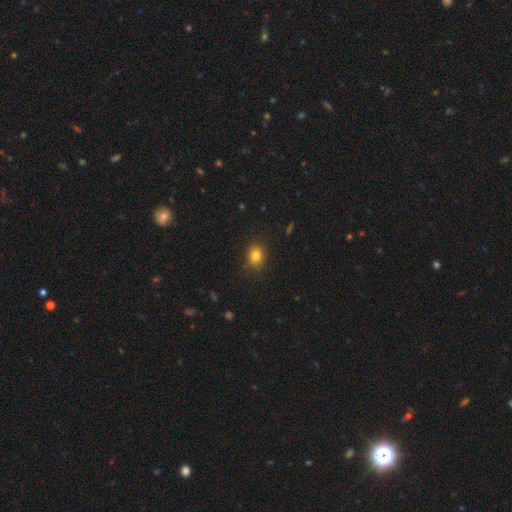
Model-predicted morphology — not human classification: Overall: smooth (82%). How rounded: round (58%; in between 41%). Merging: none (86%).